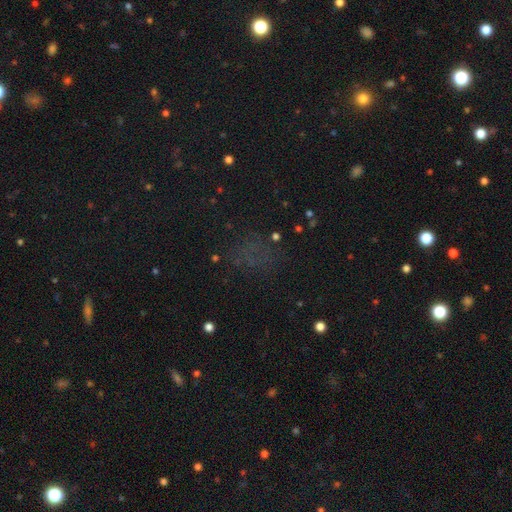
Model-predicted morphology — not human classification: Smooth or featured? Predicted: star or artifact (p=0.49).